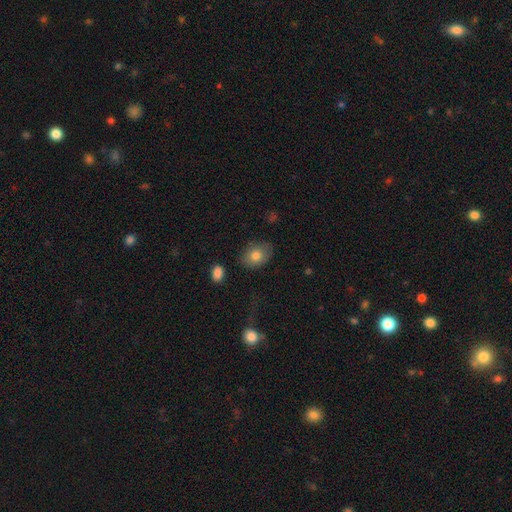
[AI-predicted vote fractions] The model was most divided on "how rounded": in between: 71%, round: 28%, cigar-shaped: 1%. More confident: merging — none (78%); smooth or featured — smooth (78%).